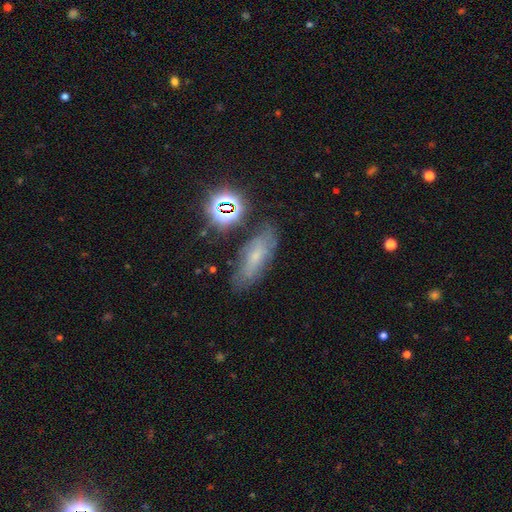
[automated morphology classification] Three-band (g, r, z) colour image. It shows a smooth galaxy with no disk features (42%). Merging: none (71%).